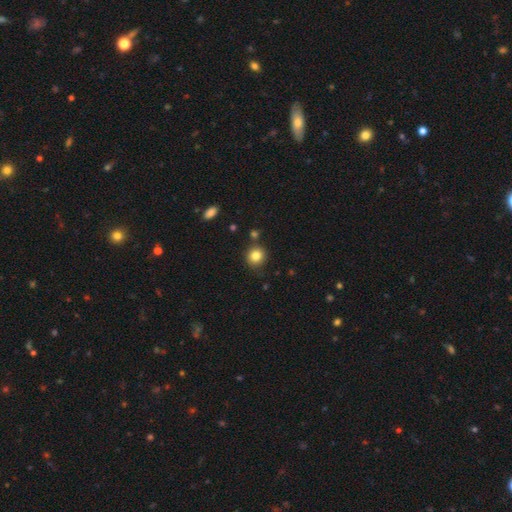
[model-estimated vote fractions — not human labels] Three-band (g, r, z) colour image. It shows a smooth galaxy with no disk features (83%) that is round (88%). Merging: none (82%).